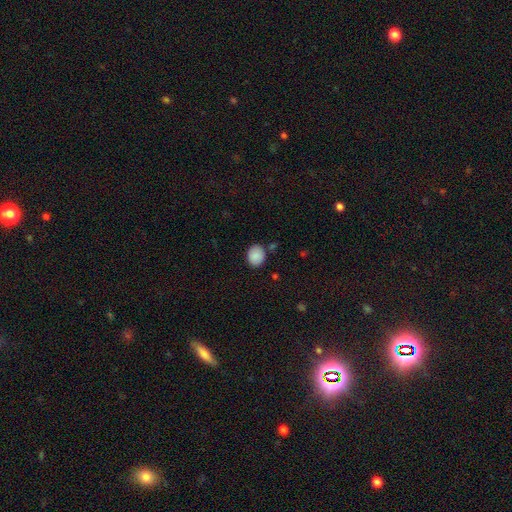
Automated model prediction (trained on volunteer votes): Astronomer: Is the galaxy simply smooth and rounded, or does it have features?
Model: smooth — 88%.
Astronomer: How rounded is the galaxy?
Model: round — 56% (runner-up: in between, 43%).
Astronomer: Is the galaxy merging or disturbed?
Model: none — 80%.